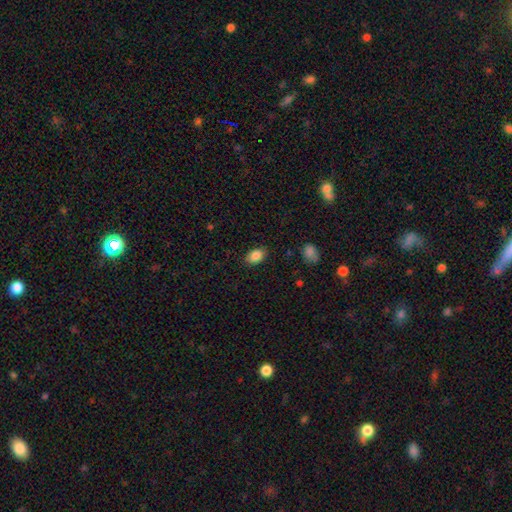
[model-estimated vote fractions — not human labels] smooth_or_featured: smooth (p=0.86) [alt: star or artifact p=0.08]
how_rounded: in between (p=0.88) [alt: round p=0.11]
merging: none (p=0.86) [alt: minor disturbance p=0.10]